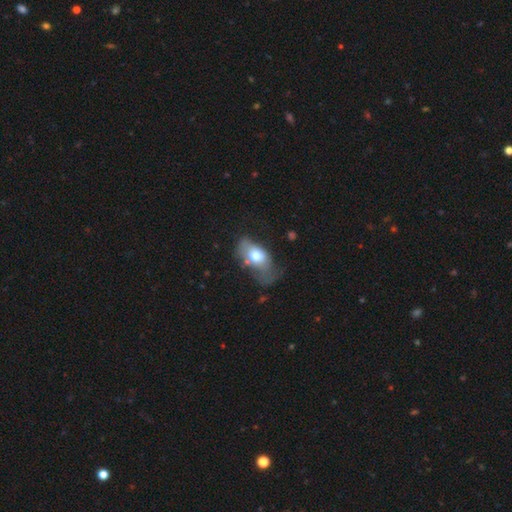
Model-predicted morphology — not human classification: type=smooth (64%); roundness=in between (88%); merging=major disturbance (39%).